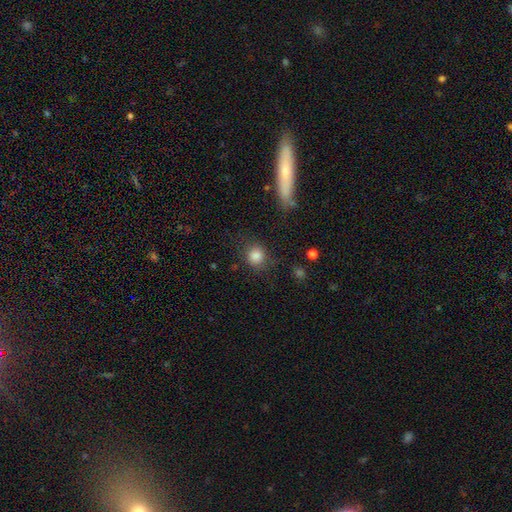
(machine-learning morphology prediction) Smooth or featured? Predicted: smooth (p=0.84). How rounded? Predicted: round (p=0.85). Merging? Predicted: none (p=0.79).